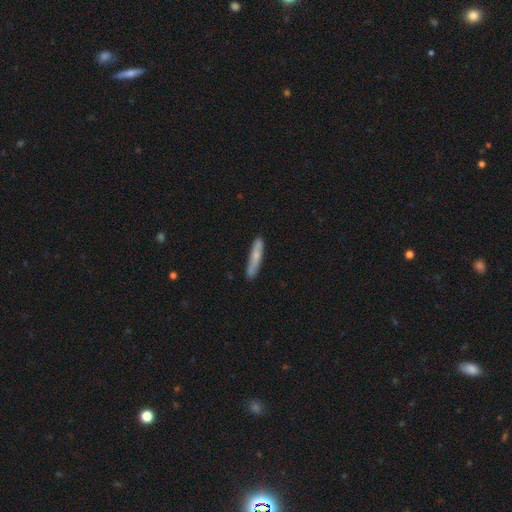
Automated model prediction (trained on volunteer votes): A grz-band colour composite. It shows a smooth galaxy with no disk features (64%) that is cigar-shaped (90%). Merging: none (83%).